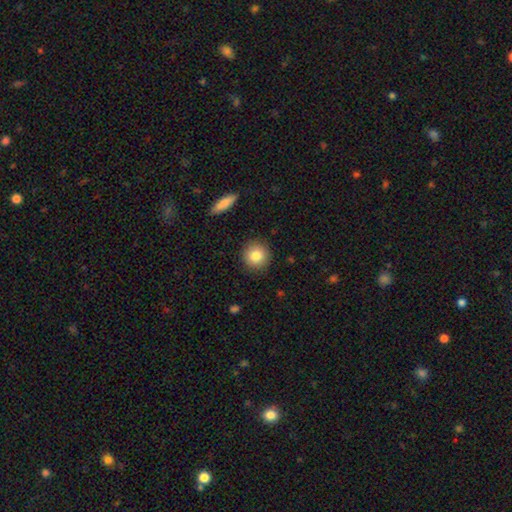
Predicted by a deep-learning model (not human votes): Overall: smooth (82%). How rounded: round (93%). Merging: none (91%).